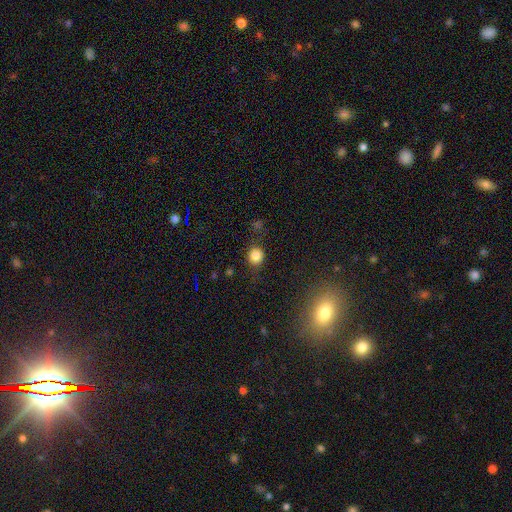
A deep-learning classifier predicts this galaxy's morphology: This appears to be a smooth galaxy with no disk features (83%) that is round (87%). Merging: none (79%).